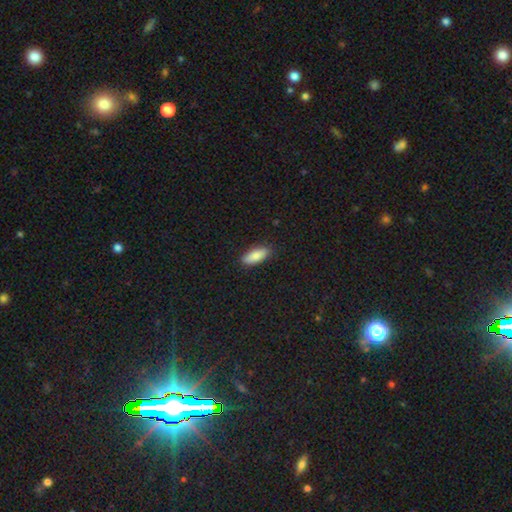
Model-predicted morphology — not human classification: Smooth or featured?
  - smooth: 85% *
  - featured or disk: 8%
  - star or artifact: 6%
How rounded?
  - in between: 78% *
  - cigar-shaped: 20%
  - round: 2%
Merging?
  - none: 88% *
  - minor disturbance: 9%
  - major disturbance: 2%
  - merger: 1%